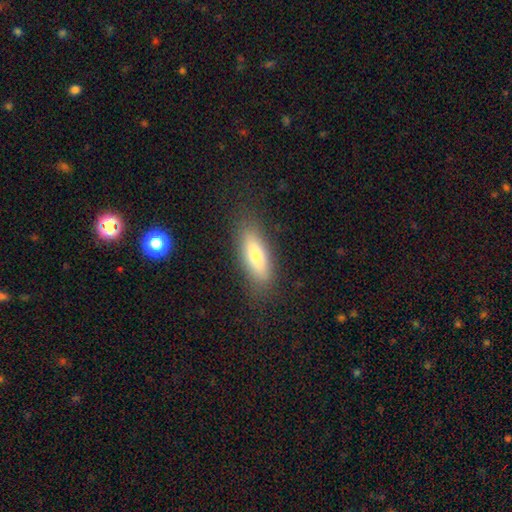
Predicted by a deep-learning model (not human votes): smooth-or-featured: smooth: 70% | featured or disk: 23% | star or artifact: 7%
  how-rounded: in between: 58% | cigar-shaped: 39% | round: 3%
  merging: none: 83% | minor disturbance: 12% | major disturbance: 4% | merger: 1%